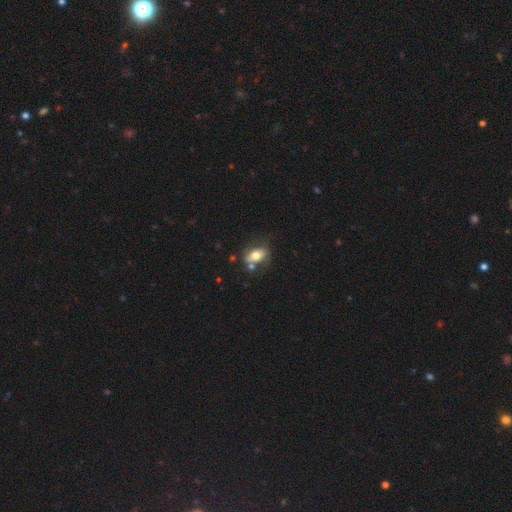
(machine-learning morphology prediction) A smooth galaxy with no disk features (66%) that is in between round and cigar-shaped (80%).

Vote fractions:
- Smooth or featured? smooth: 66% / featured or disk: 26% / star or artifact: 8%
- How rounded? in between: 80% / round: 16% / cigar-shaped: 3%
- Merging? none: 53% / minor disturbance: 20% / merger: 19% / major disturbance: 8%